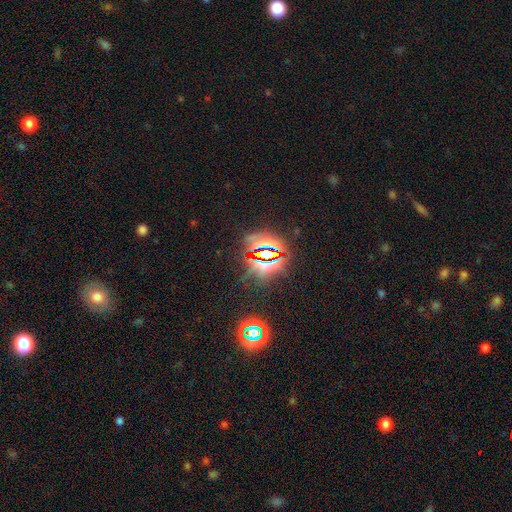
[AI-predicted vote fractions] star or artifact 81%, smooth 10%, featured or disk 9%.